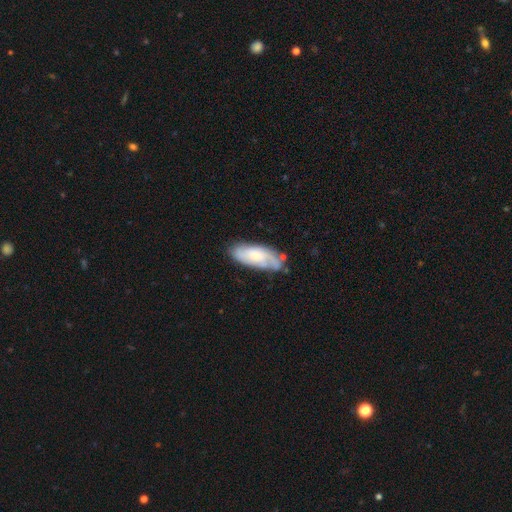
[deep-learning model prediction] The model was most divided on "smooth or featured" (2-way tie): smooth: 47%, featured or disk: 47%, star or artifact: 6%. More confident: merging — none (62%).